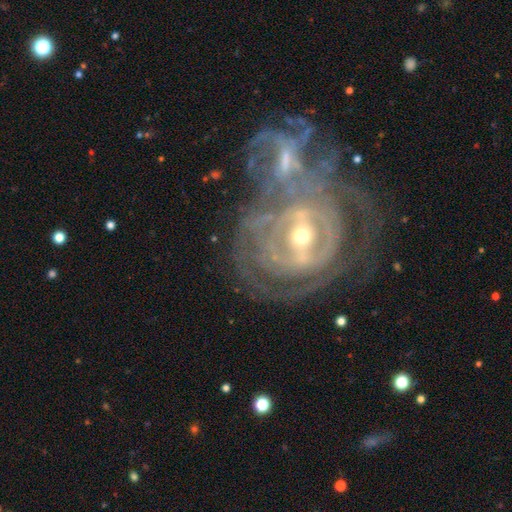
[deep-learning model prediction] smooth_or_featured: featured or disk (p=0.86) [alt: smooth p=0.07]
disk_edge_on: no (p=0.96) [alt: yes p=0.04]
bar: weak (p=0.39) [alt: strong p=0.38]
has_spiral_arms: yes (p=0.86) [alt: no p=0.14]
spiral_winding: tight (p=0.73) [alt: medium p=0.21]
spiral_arm_count: can't tell (p=0.50) [alt: 2 p=0.15]
bulge_size: moderate (p=0.51) [alt: small p=0.44]
merging: merger (p=0.56) [alt: none p=0.23]